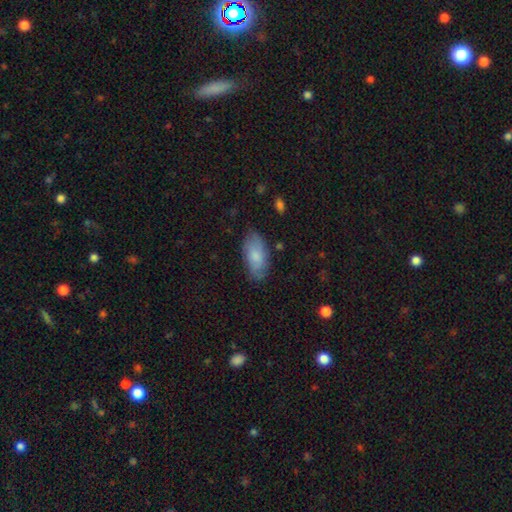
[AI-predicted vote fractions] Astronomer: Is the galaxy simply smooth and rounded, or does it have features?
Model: smooth — 75%.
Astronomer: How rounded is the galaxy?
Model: in between — 92%.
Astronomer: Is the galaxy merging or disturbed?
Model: none — 77%.